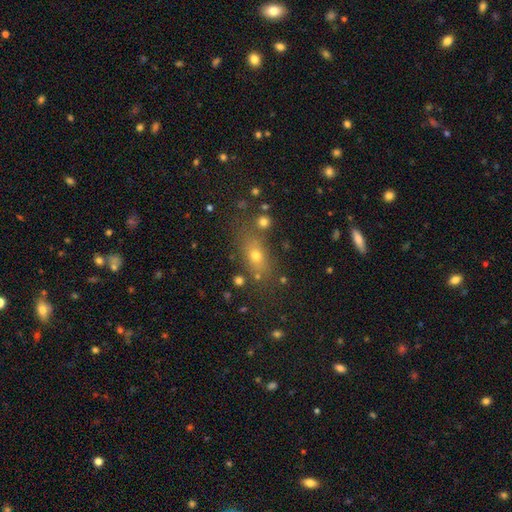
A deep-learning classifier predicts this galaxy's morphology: smooth_or_featured: smooth (p=0.64) [alt: star or artifact p=0.20]
how_rounded: in between (p=0.64) [alt: round p=0.25]
merging: none (p=0.73) [alt: minor disturbance p=0.13]